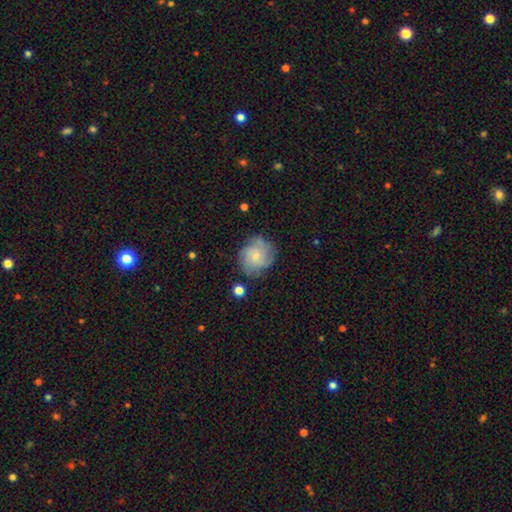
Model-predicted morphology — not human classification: Smooth or featured? Predicted: featured or disk (p=0.55). Edge-on disk? Predicted: no (p=0.98). Bar? Predicted: no (p=0.75). Spiral arms? Predicted: yes (p=0.87). Bulge size? Predicted: small (p=0.64). Merging? Predicted: none (p=0.71).